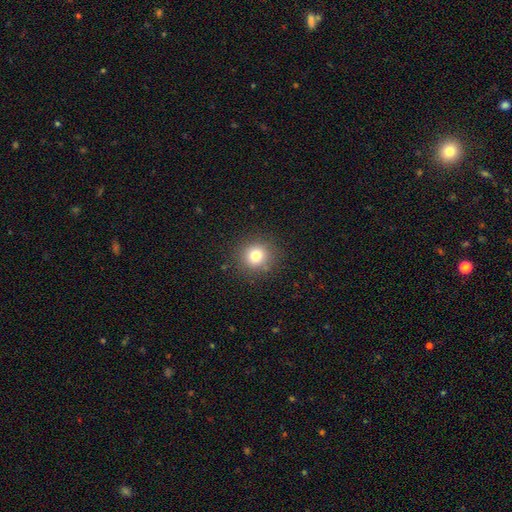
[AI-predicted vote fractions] Smooth or featured: smooth — 78% (star or artifact — 14%)
How rounded: round — 91% (in between — 8%)
Merging: none — 88% (minor disturbance — 8%)